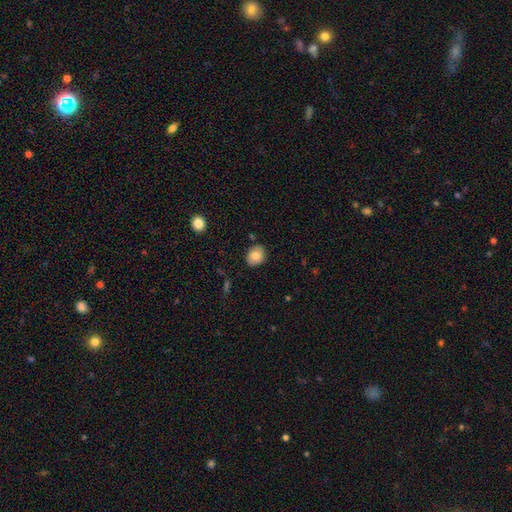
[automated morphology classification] Smooth or featured? smooth (82%)
How rounded? round (60%)
Merging? none (83%)